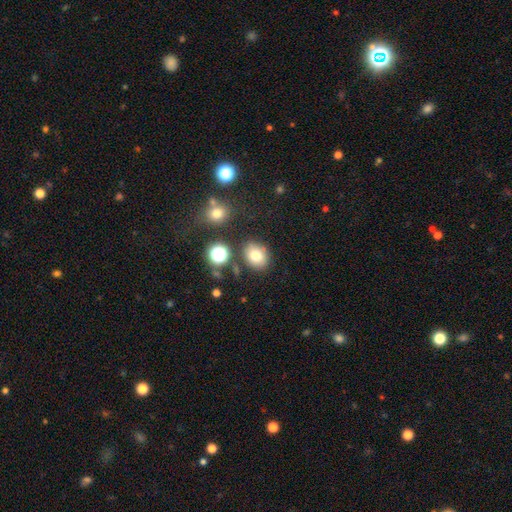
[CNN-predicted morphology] Smooth or featured? smooth (77%)
How rounded? in between (52%)
Merging? none (79%)